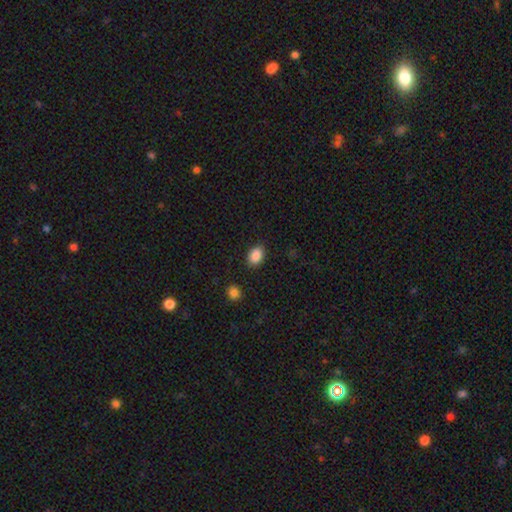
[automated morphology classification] This is clearly a smooth galaxy (88%). How rounded: likely in between (79%). Merging: clearly none (86%).